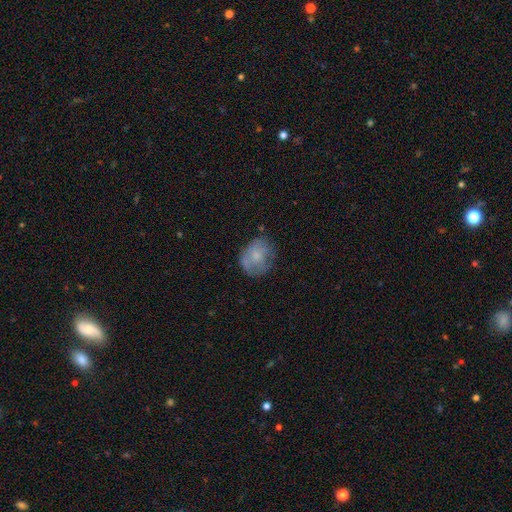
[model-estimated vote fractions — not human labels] smooth_or_featured: smooth (p=0.57) [alt: featured or disk p=0.34]
how_rounded: round (p=0.66) [alt: in between p=0.33]
merging: none (p=0.60) [alt: minor disturbance p=0.26]